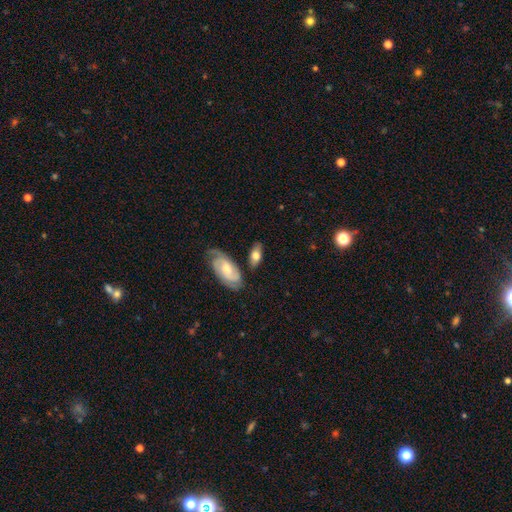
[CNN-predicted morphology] Smooth or featured? Predicted: smooth (p=0.57). How rounded? Predicted: in between (p=0.82). Merging? Predicted: none (p=0.68).